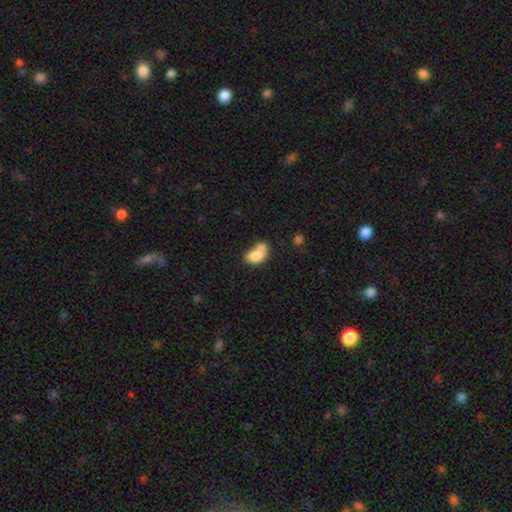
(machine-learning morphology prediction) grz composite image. It shows a smooth galaxy with no disk features (74%) that is in between round and cigar-shaped (81%). Merging: merger (59%).